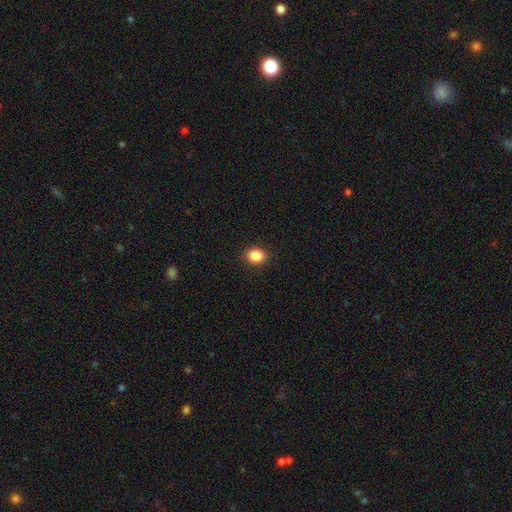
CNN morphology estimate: smooth-or-featured: smooth: 88% | star or artifact: 9% | featured or disk: 3%
  how-rounded: in between: 58% | round: 41% | cigar-shaped: 1%
  merging: none: 90% | minor disturbance: 7% | major disturbance: 2% | merger: 1%